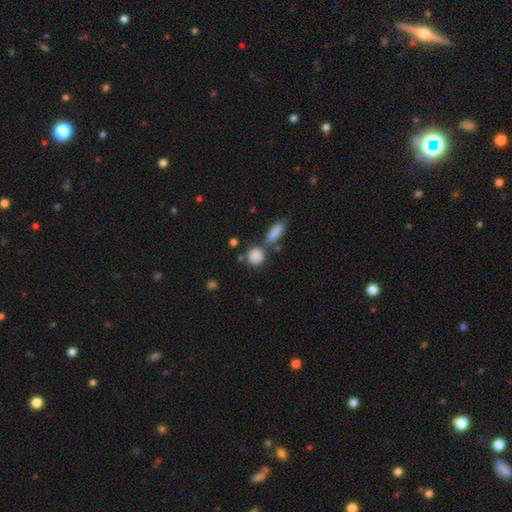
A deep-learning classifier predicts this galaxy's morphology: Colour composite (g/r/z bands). It shows a smooth galaxy with no disk features (86%) that is round (79%). Merging: none (65%).